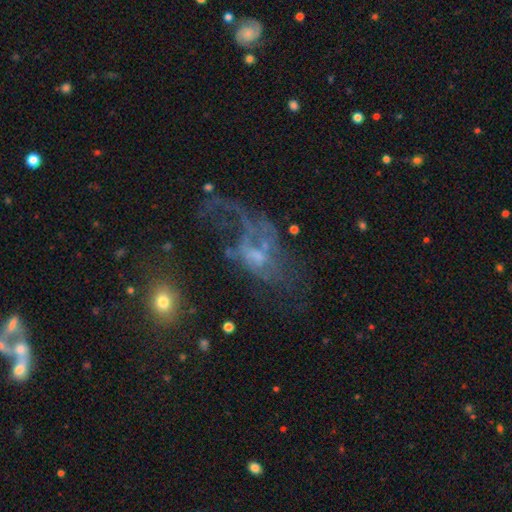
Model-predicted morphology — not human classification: Overall: featured or disk (63%). Edge-on disk: no (96%). Bar: no (75%). Spiral arms: no (62%; yes 38%). Bulge size: small (40%; none 28%). Merging: major disturbance (55%; none 20%).